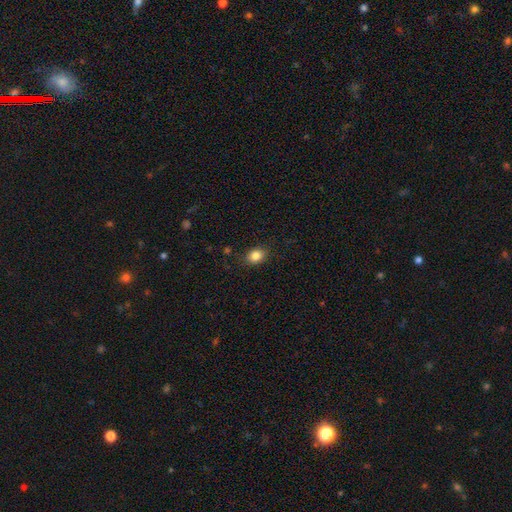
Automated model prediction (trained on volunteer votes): This appears to be a smooth galaxy with no disk features (84%) that is in between round and cigar-shaped (67%). Merging: none (86%).